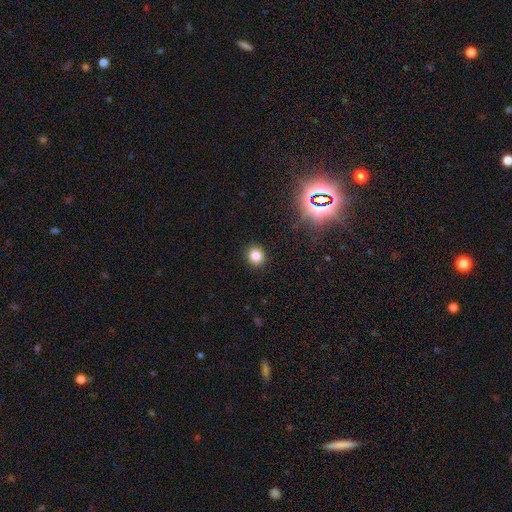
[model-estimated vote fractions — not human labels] This appears to be a smooth galaxy with no disk features (80%) that is round (84%). Merging: none (91%).